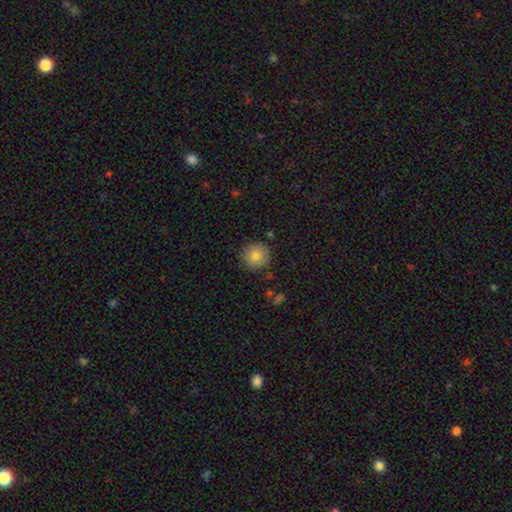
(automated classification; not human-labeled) Morphology: type=smooth (82%); roundness=round (94%); merging=none (87%).